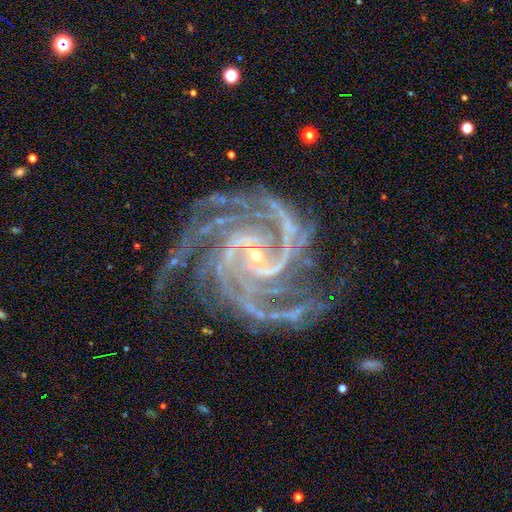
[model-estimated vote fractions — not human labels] A featured or disk galaxy (93%) with no bar (44%), 4 (30%) tight (64%) spiral arms (99%) and a small central bulge (84%).

Vote fractions:
- Smooth or featured? featured or disk: 93% / star or artifact: 5% / smooth: 2%
- Edge-on disk? no: 98% / yes: 2%
- Bar? no: 44% / weak: 34% / strong: 22%
- Spiral arms? yes: 99% / no: 1%
- Spiral winding? tight: 64% / medium: 32% / loose: 4%
- Spiral arm count? 4: 30% / 3: 21% / more than 4: 18% / 2: 12% / can't tell: 10% / 1: 9%
- Bulge size? small: 84% / moderate: 10% / none: 4% / large: 1% / dominant: 1%
- Merging? none: 71% / minor disturbance: 18% / major disturbance: 10% / merger: 2%